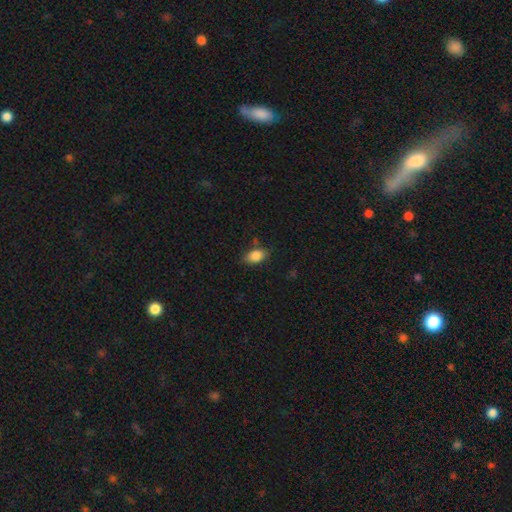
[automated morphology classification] Smooth or featured? Predicted: smooth (p=0.86). How rounded? Predicted: in between (p=0.87). Merging? Predicted: none (p=0.75).